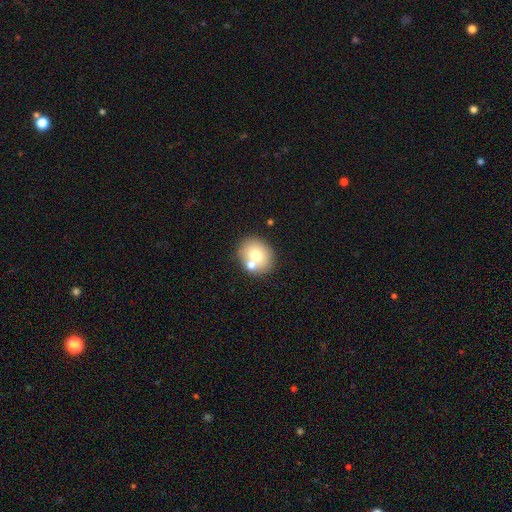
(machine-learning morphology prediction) Q: Smooth or featured?
A: smooth (69%); runner-up: featured or disk (21%)
Q: How rounded?
A: round (69%); runner-up: in between (30%)
Q: Merging?
A: none (65%); runner-up: merger (22%)